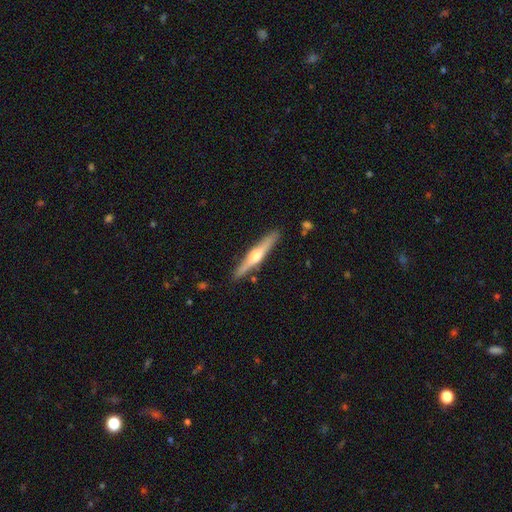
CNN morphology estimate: smooth_or_featured: featured or disk (p=0.67) [alt: smooth p=0.28]
disk_edge_on: yes (p=0.97) [alt: no p=0.03]
edge_on_bulge: rounded (p=0.91) [alt: boxy p=0.04]
merging: none (p=0.88) [alt: minor disturbance p=0.08]